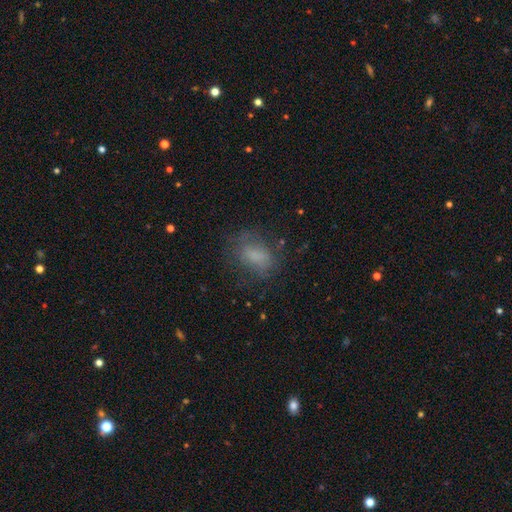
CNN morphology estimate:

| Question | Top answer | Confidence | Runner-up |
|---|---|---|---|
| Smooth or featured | smooth | 68% | featured or disk (19%) |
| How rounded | in between | 76% | round (21%) |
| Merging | none | 63% | minor disturbance (21%) |